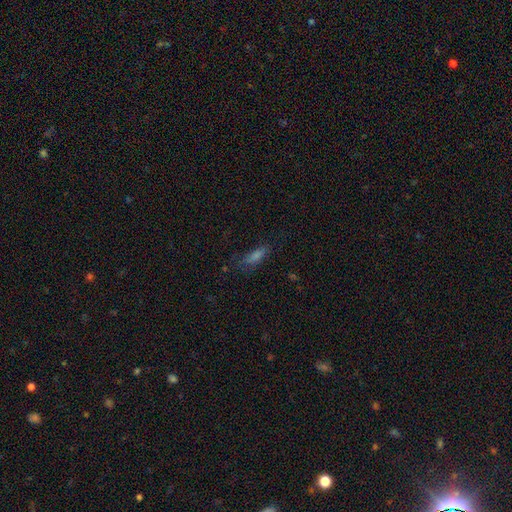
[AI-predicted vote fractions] smooth 59%, star or artifact 22%, featured or disk 19%. Down the decision tree: how rounded — cigar-shaped (54%); merging — none (65%).